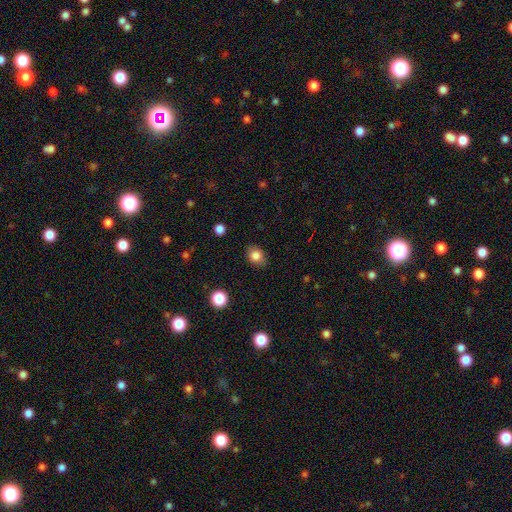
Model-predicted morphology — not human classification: This is clearly a smooth galaxy (83%). How rounded: possibly in between (50%). Merging: clearly none (83%).